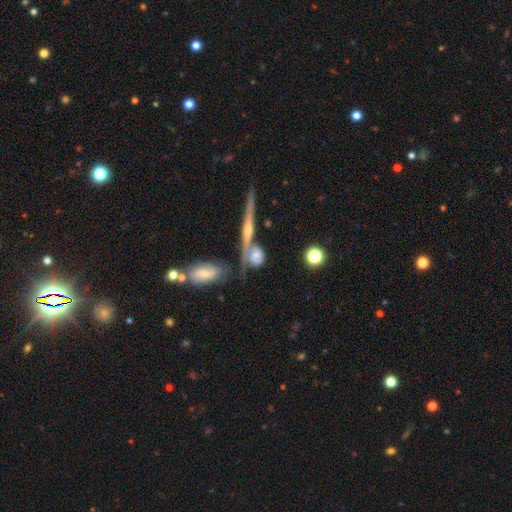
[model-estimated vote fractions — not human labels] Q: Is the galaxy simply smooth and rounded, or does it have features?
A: featured or disk — 51%.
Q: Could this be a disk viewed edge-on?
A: no — 50%, tied with yes.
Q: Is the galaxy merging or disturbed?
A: merger — 39%.